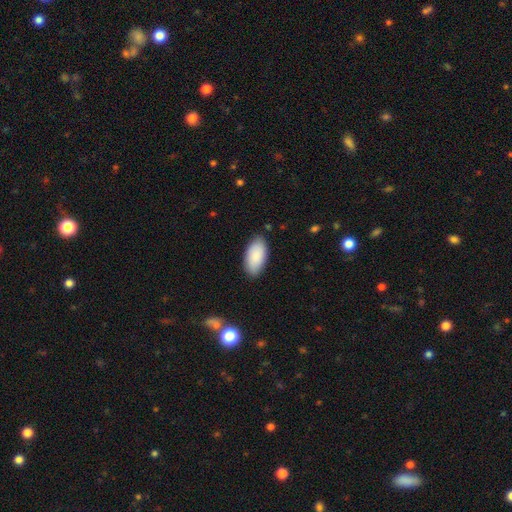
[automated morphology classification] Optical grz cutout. It shows a smooth galaxy with no disk features (88%) that is in between round and cigar-shaped (95%). Merging: none (85%).